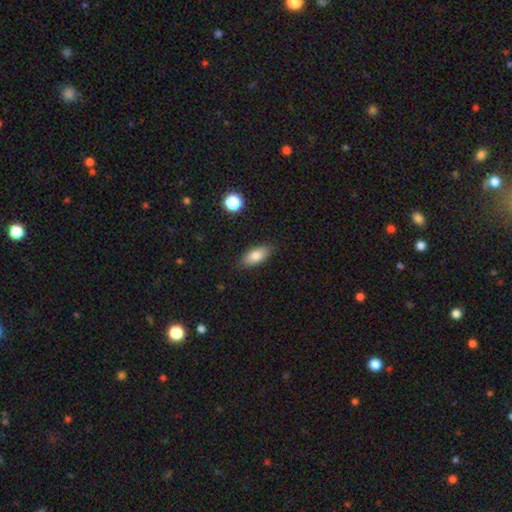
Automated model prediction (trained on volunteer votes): Smooth or featured: smooth — 81% (featured or disk — 12%)
How rounded: in between — 85% (cigar-shaped — 12%)
Merging: none — 86% (minor disturbance — 10%)